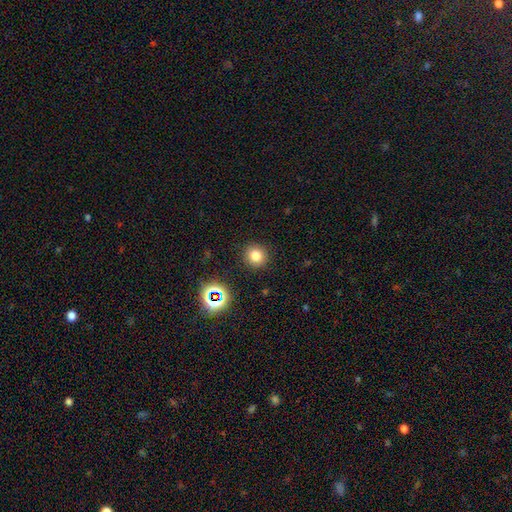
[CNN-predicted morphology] smooth-or-featured: smooth: 77% | star or artifact: 16% | featured or disk: 7%
  how-rounded: round: 91% | in between: 8% | cigar-shaped: 1%
  merging: none: 91% | minor disturbance: 6% | major disturbance: 2% | merger: 1%